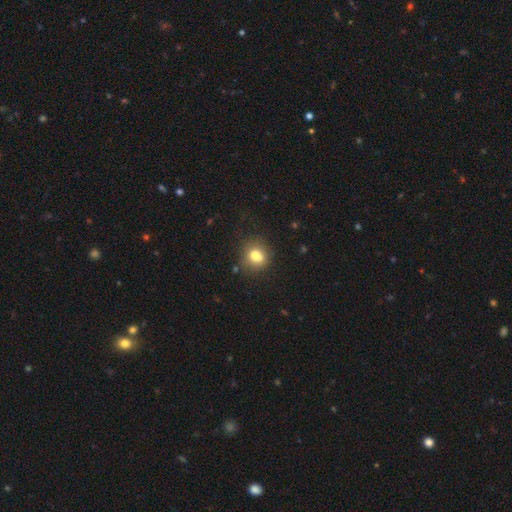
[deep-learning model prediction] A smooth galaxy with no disk features (77%) that is round (68%). Merging: none (72%).